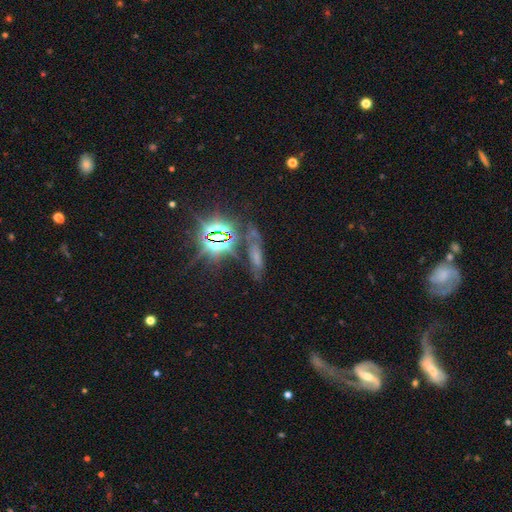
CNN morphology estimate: Smooth or featured: star or artifact — 48% (smooth — 30%)